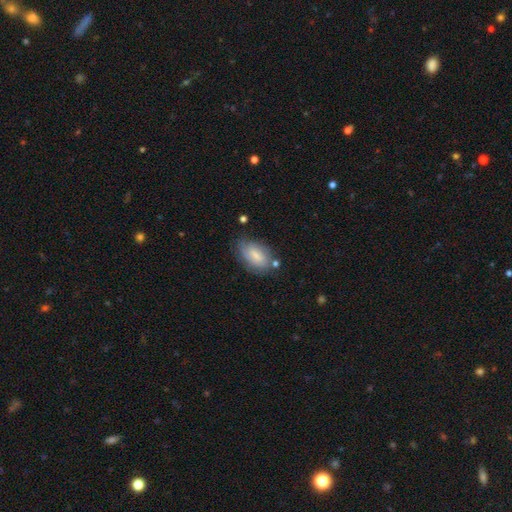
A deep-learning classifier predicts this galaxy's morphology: Smooth or featured? smooth (64%)
How rounded? in between (90%)
Merging? none (63%)